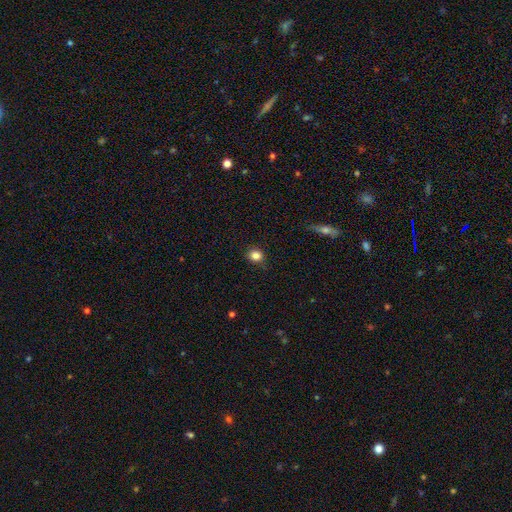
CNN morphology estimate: A smooth galaxy with no disk features (84%) that is round (80%).

Vote fractions:
- Smooth or featured? smooth: 84% / star or artifact: 11% / featured or disk: 5%
- How rounded? round: 80% / in between: 19% / cigar-shaped: 1%
- Merging? none: 84% / minor disturbance: 13% / major disturbance: 3% / merger: 1%